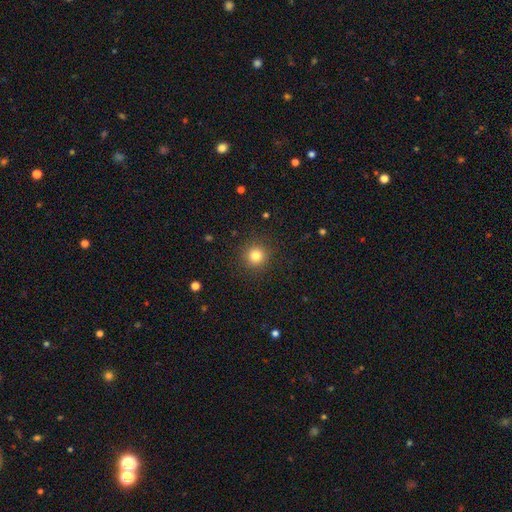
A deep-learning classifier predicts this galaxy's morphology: The model was most divided on "smooth or featured": smooth: 82%, star or artifact: 13%, featured or disk: 6%. More confident: how rounded — round (94%); merging — none (91%).